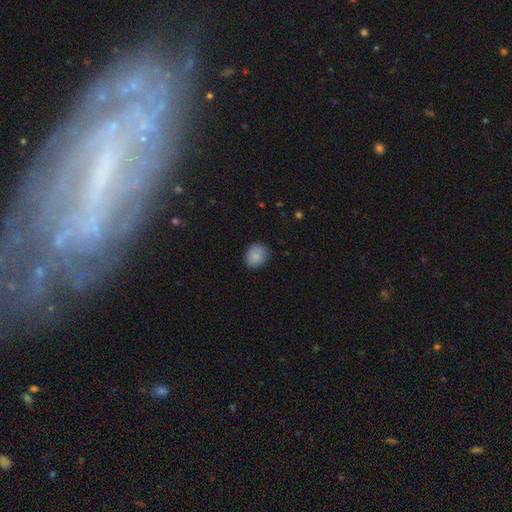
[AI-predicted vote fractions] Morphology: type=smooth (87%); roundness=round (57%); merging=none (83%).